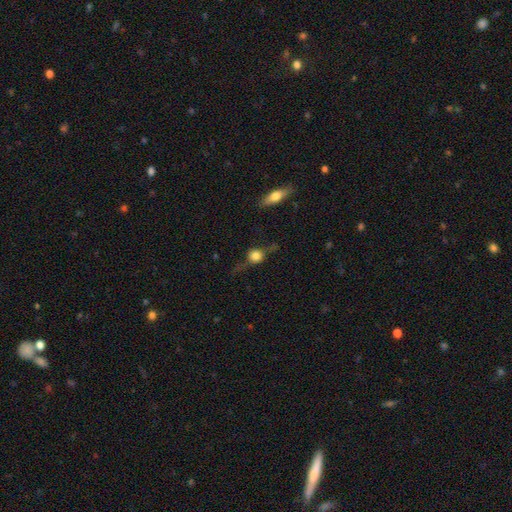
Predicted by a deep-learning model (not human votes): A smooth galaxy with no disk features (63%) that is round (82%). Merging: none (58%).